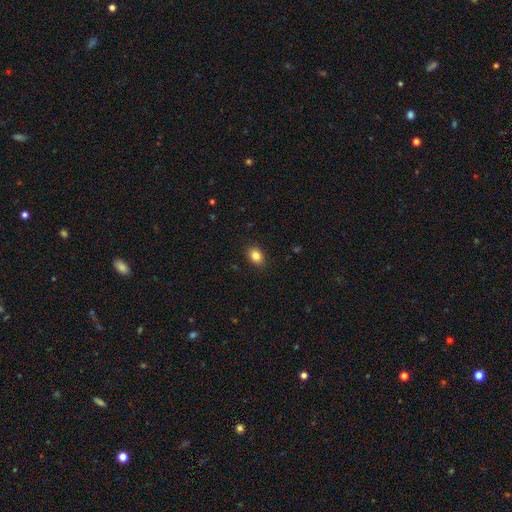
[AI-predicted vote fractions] This is clearly a smooth galaxy (85%). How rounded: likely in between (69%). Merging: clearly none (89%).